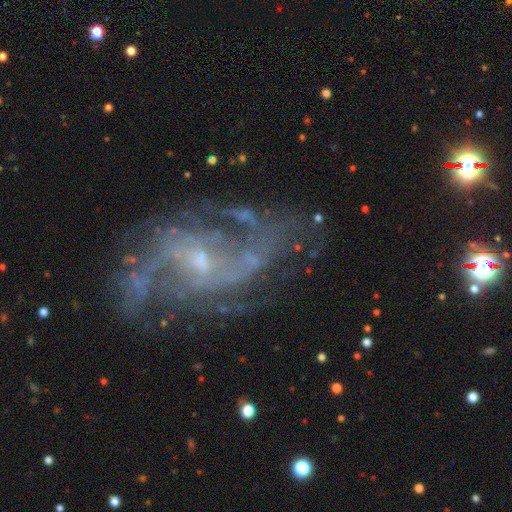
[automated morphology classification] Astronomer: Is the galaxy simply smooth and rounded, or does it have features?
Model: featured or disk — 86%.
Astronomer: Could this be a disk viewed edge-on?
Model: no — 97%.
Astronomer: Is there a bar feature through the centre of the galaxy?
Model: weak — 45% (runner-up: no, 44%).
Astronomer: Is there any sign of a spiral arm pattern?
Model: yes — 90%.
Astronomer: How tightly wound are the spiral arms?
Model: medium — 44% (runner-up: loose, 37%).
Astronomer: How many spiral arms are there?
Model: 2 — 47% (runner-up: can't tell, 23%).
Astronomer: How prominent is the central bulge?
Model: small — 66%.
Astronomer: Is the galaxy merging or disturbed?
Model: none — 62%.